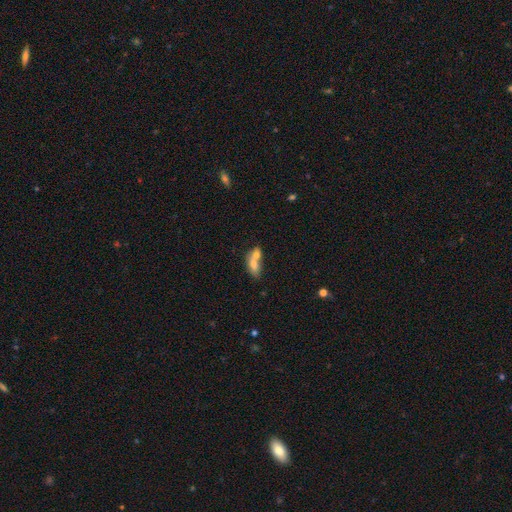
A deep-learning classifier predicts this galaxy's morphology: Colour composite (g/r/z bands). It shows a smooth galaxy with no disk features (67%) that is in between round and cigar-shaped (76%). Merging: merger (71%).